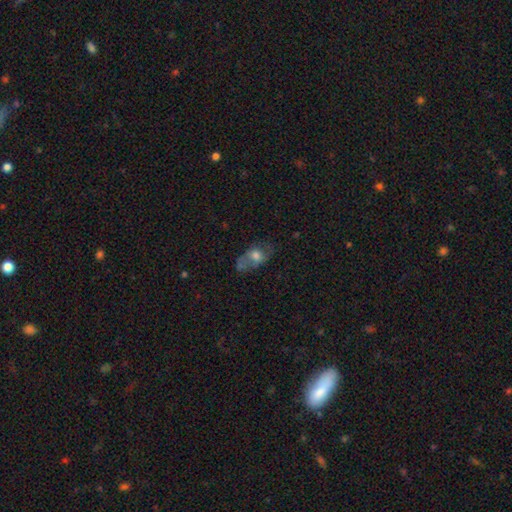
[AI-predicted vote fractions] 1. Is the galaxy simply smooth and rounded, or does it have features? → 45% featured or disk, 42% smooth, 12% star or artifact.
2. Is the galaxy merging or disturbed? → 55% none, 26% minor disturbance, 15% major disturbance, 5% merger.